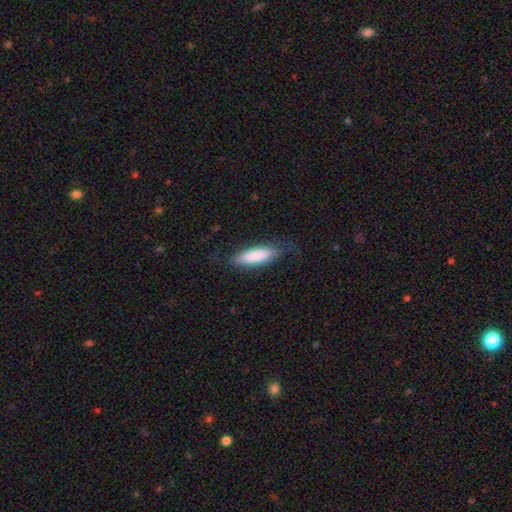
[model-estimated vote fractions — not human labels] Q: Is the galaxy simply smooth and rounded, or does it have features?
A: smooth — 80%.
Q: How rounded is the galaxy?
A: in between — 57%.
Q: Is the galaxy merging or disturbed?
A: none — 73%.